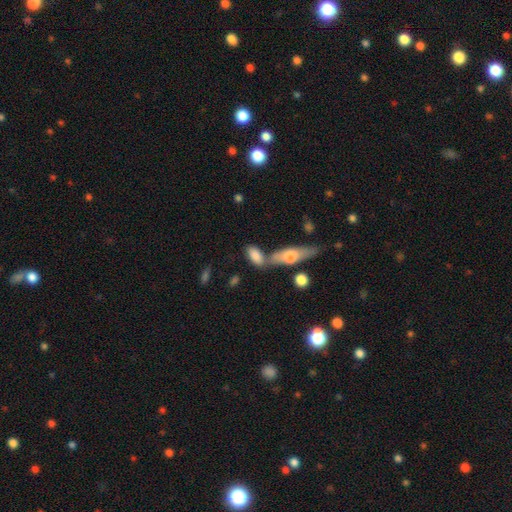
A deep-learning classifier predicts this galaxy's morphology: This appears to be a smooth galaxy with no disk features (78%) that is in between round and cigar-shaped (82%). Merging: none (49%).